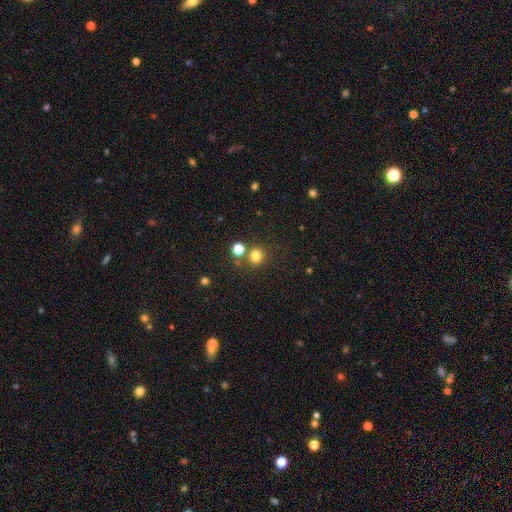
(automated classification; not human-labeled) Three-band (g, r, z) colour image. It shows a smooth galaxy with no disk features (78%) that is round (92%). Merging: none (78%).